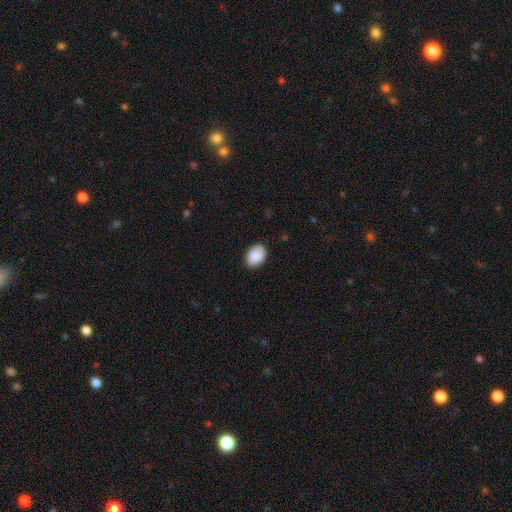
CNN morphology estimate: Smooth or featured?
  - smooth: 87% *
  - star or artifact: 7%
  - featured or disk: 6%
How rounded?
  - in between: 81% *
  - round: 18%
  - cigar-shaped: 1%
Merging?
  - none: 83% *
  - minor disturbance: 14%
  - major disturbance: 3%
  - merger: 1%